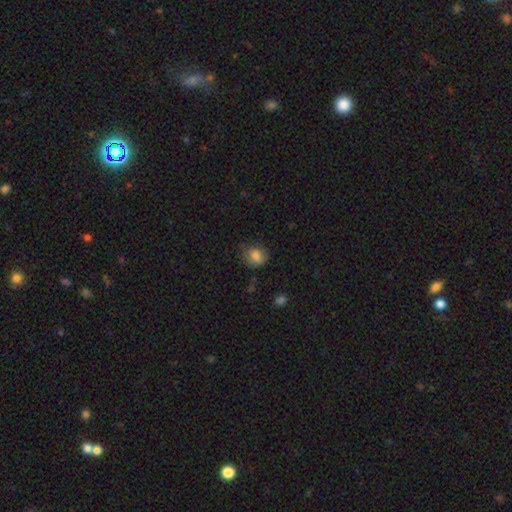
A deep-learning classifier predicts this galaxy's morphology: Overall: smooth (78%). How rounded: round (65%; in between 34%). Merging: none (64%; minor disturbance 26%).